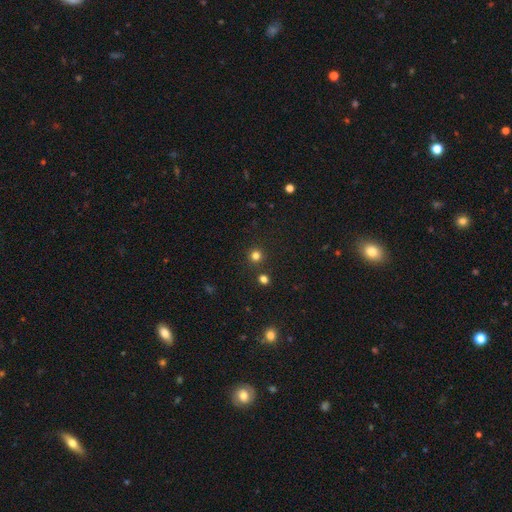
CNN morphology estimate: smooth 78%, star or artifact 18%, featured or disk 4%. Down the decision tree: how rounded — round (95%); merging — none (88%).